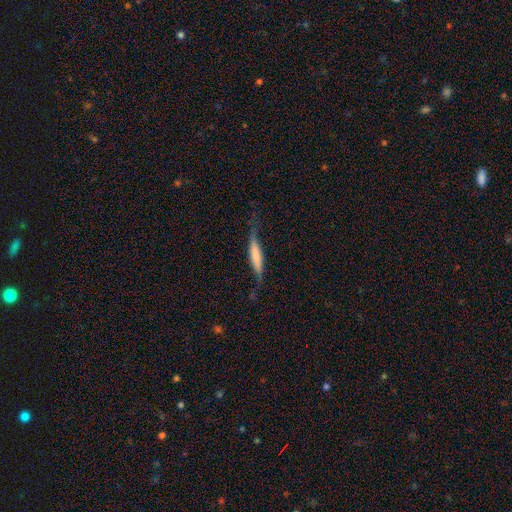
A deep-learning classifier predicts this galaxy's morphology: This is possibly a smooth galaxy (49%). Merging: possibly none (54%).